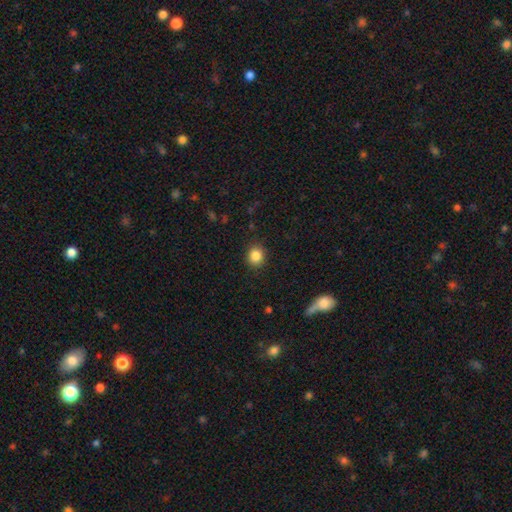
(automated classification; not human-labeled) smooth-or-featured: smooth: 86% | star or artifact: 10% | featured or disk: 4%
  how-rounded: round: 82% | in between: 17% | cigar-shaped: 1%
  merging: none: 89% | minor disturbance: 7% | major disturbance: 2% | merger: 1%